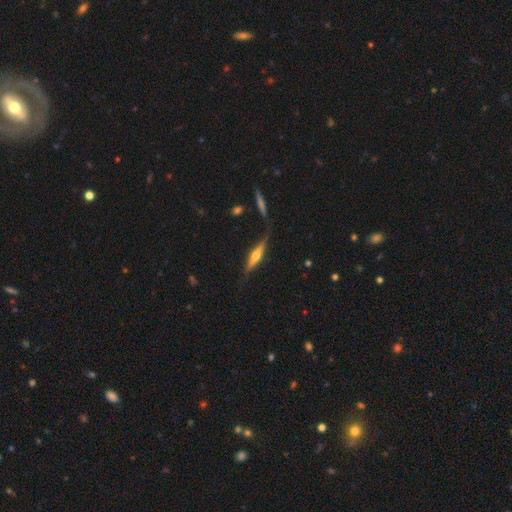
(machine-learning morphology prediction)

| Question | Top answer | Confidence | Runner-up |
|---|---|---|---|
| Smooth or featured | featured or disk | 65% | smooth (29%) |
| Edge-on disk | yes | 95% | no (5%) |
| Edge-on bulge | rounded | 90% | boxy (6%) |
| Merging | none | 76% | minor disturbance (15%) |